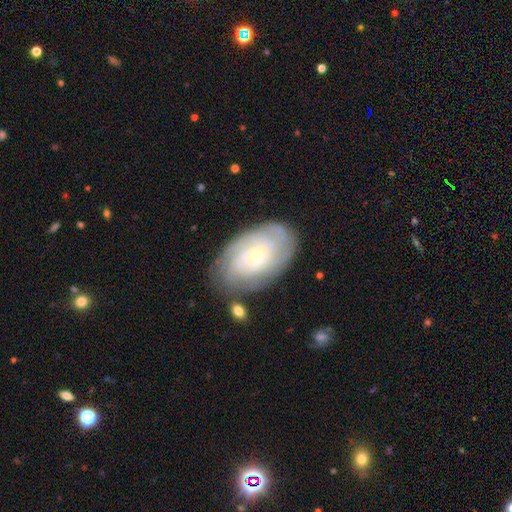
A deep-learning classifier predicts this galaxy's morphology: type=featured or disk (73%); edge-on=no (95%); bar=no (77%); spiral arms=yes (88%); winding=tight (75%); arm count=can't tell (50%); bulge=small (74%); merging=none (75%).